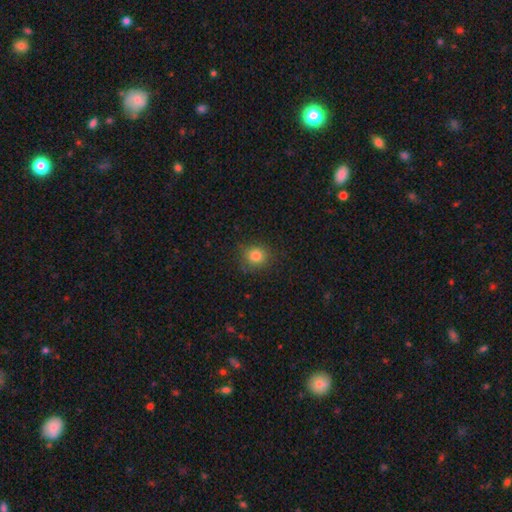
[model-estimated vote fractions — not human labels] Morphology: type=smooth (83%); roundness=round (84%); merging=none (83%).